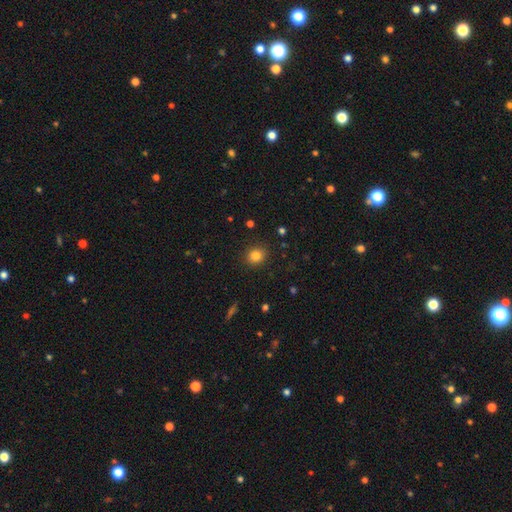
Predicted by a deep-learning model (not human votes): Smooth or featured?
  - smooth: 83% *
  - star or artifact: 12%
  - featured or disk: 6%
How rounded?
  - round: 76% *
  - in between: 23%
  - cigar-shaped: 1%
Merging?
  - none: 89% *
  - minor disturbance: 7%
  - major disturbance: 2%
  - merger: 1%